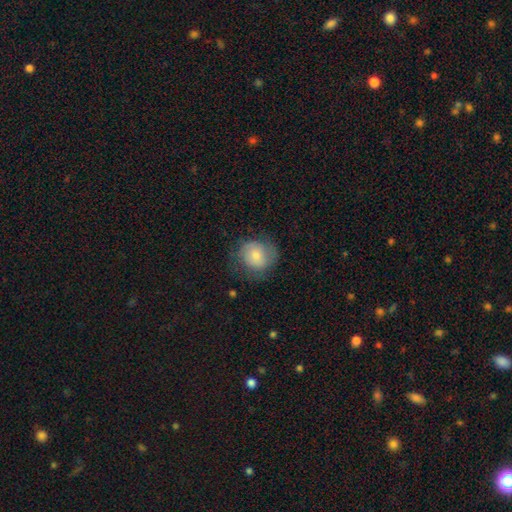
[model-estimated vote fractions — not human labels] smooth 67%, featured or disk 25%, star or artifact 8%. Down the decision tree: how rounded — round (78%); merging — none (60%).